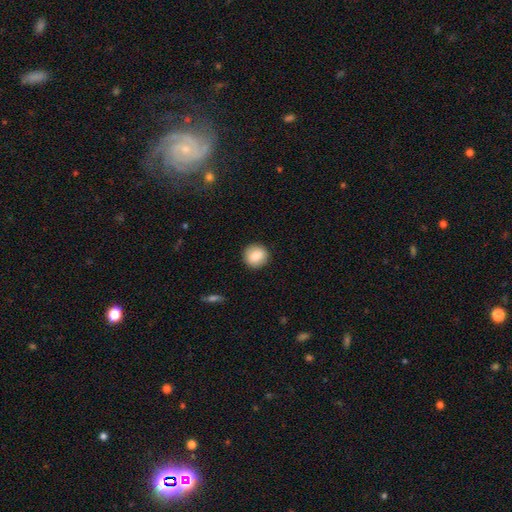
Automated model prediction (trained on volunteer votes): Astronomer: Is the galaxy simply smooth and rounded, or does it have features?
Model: smooth — 82%.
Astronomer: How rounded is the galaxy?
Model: round — 90%.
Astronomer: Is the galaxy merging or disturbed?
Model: none — 91%.